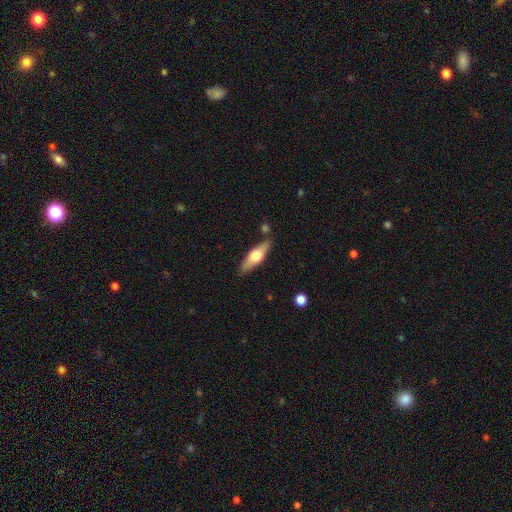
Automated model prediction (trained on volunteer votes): smooth_or_featured: featured or disk (p=0.50) [alt: smooth p=0.44]
disk_edge_on: yes (p=0.90) [alt: no p=0.10]
merging: none (p=0.81) [alt: minor disturbance p=0.12]